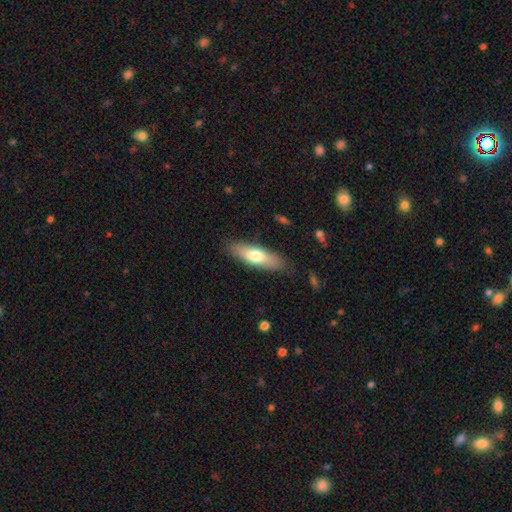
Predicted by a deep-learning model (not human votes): A smooth galaxy with no disk features (68%) that is in between round and cigar-shaped (50%). Merging: none (85%).